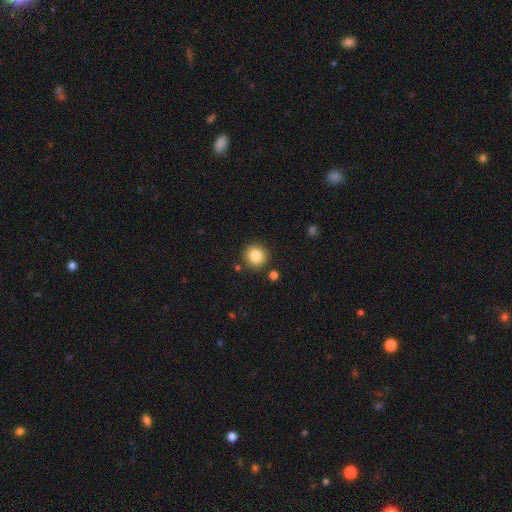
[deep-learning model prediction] Smooth or featured: smooth — 85% (star or artifact — 10%)
How rounded: round — 92% (in between — 7%)
Merging: none — 86% (minor disturbance — 7%)